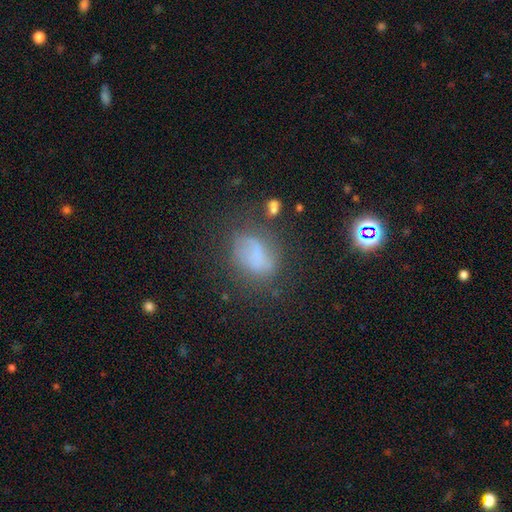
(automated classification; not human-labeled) A smooth galaxy with no disk features (56%) that is in between round and cigar-shaped (67%).

Vote fractions:
- Smooth or featured? smooth: 56% / featured or disk: 28% / star or artifact: 16%
- How rounded? in between: 67% / round: 31% / cigar-shaped: 3%
- Merging? none: 48% / minor disturbance: 26% / major disturbance: 20% / merger: 6%